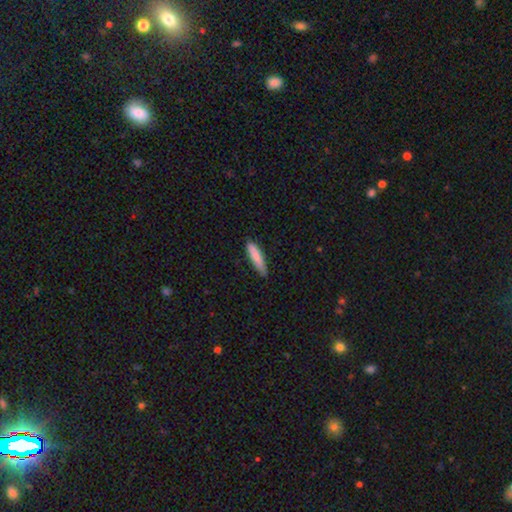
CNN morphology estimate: smooth-or-featured: smooth: 82% | featured or disk: 13% | star or artifact: 6%
  how-rounded: cigar-shaped: 74% | in between: 24% | round: 1%
  merging: none: 79% | minor disturbance: 18% | major disturbance: 2% | merger: 1%